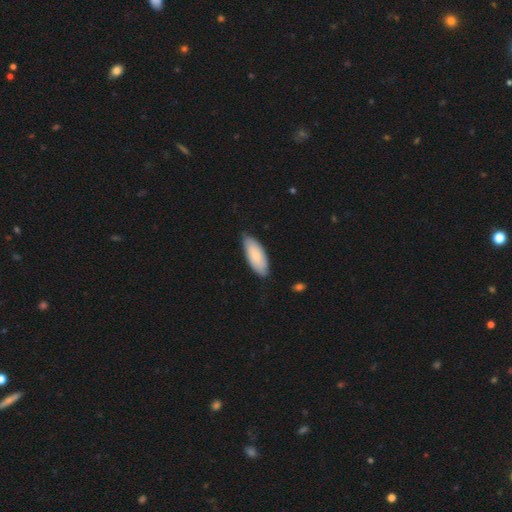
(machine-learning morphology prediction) Smooth or featured? Predicted: smooth (p=0.75). How rounded? Predicted: in between (p=0.83). Merging? Predicted: none (p=0.76).